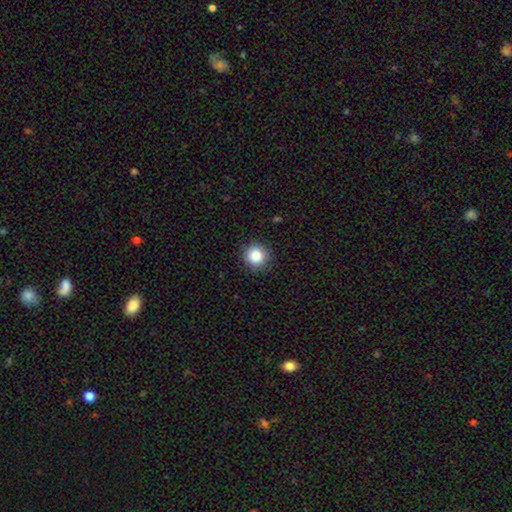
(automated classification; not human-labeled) Overall: smooth (86%). How rounded: round (93%). Merging: none (89%).